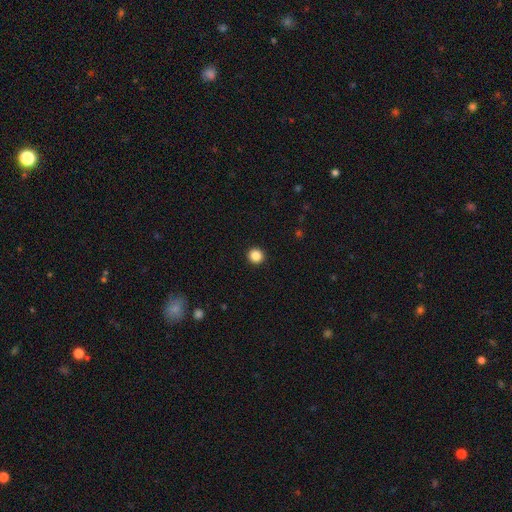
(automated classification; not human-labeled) This is clearly a smooth galaxy (87%). How rounded: clearly round (94%). Merging: clearly none (94%).